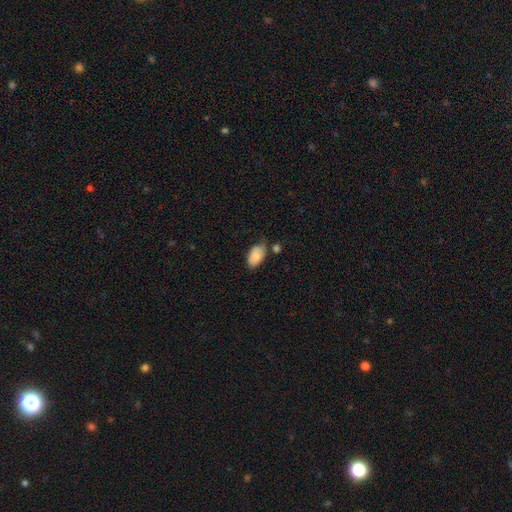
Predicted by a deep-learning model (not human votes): This appears to be a smooth galaxy with no disk features (81%) that is in between round and cigar-shaped (94%). Merging: none (55%).